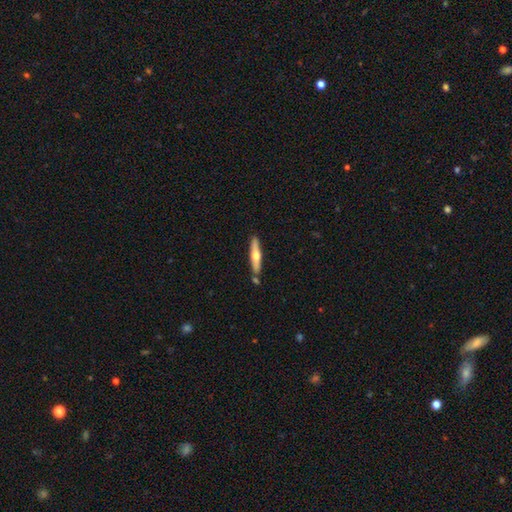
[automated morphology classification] Smooth or featured: featured or disk — 51% (smooth — 44%)
Edge-on disk: yes — 93% (no — 7%)
Merging: none — 80% (minor disturbance — 11%)